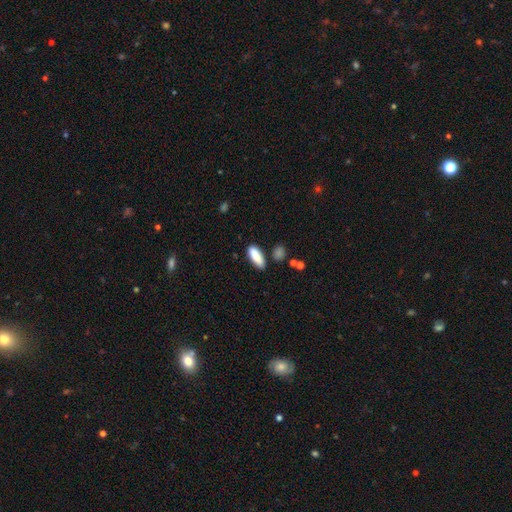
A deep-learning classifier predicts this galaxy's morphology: Smooth or featured? smooth (87%)
How rounded? in between (62%)
Merging? none (75%)